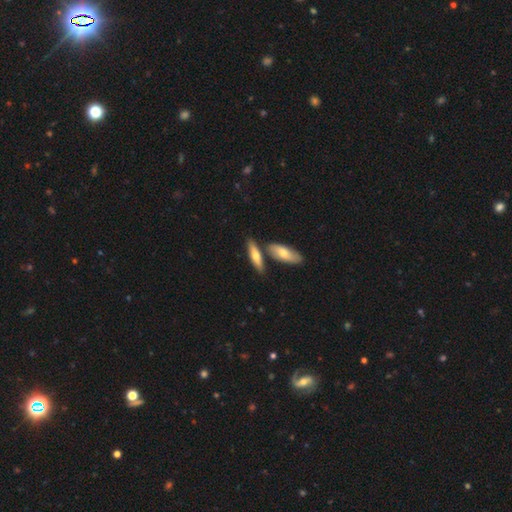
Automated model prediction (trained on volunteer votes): The model was most divided on "how rounded": cigar-shaped: 56%, in between: 41%, round: 3%. More confident: merging — none (67%); smooth or featured — smooth (60%).